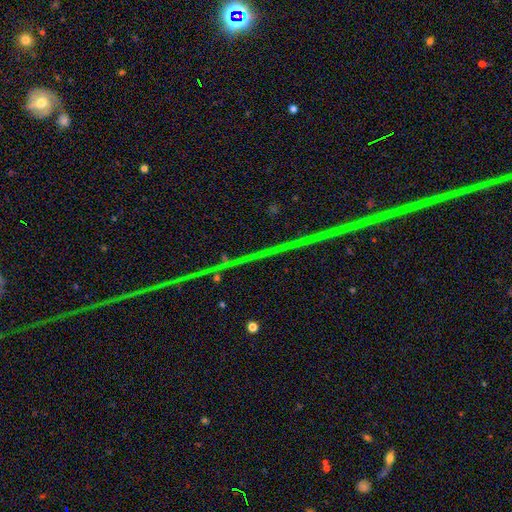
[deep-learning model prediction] Smooth or featured?
  - star or artifact: 87% *
  - featured or disk: 8%
  - smooth: 5%